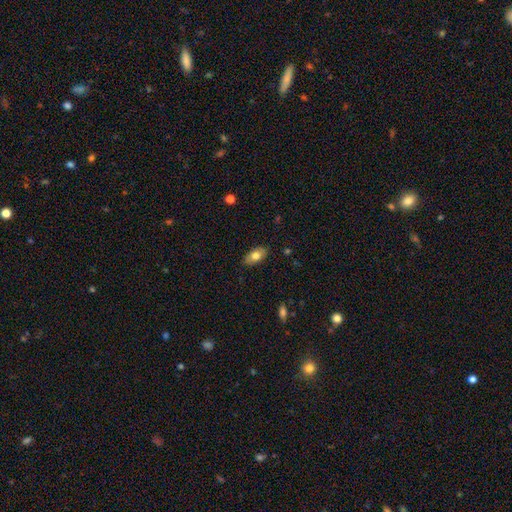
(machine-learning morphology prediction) A smooth galaxy with no disk features (76%) that is in between round and cigar-shaped (91%). Merging: none (85%).